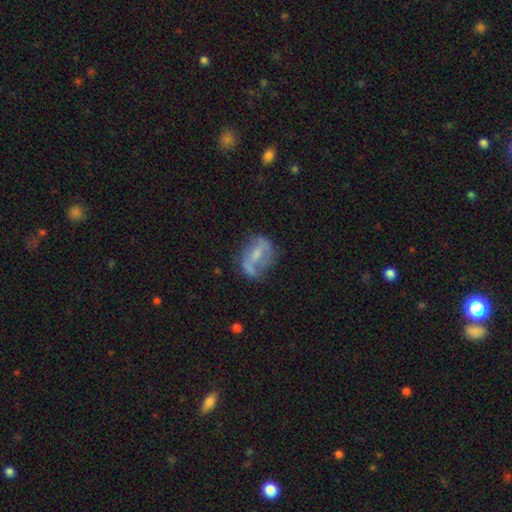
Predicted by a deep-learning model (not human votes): smooth_or_featured: featured or disk (p=0.62) [alt: smooth p=0.29]
disk_edge_on: no (p=0.95) [alt: yes p=0.05]
bar: weak (p=0.40) [alt: no p=0.38]
has_spiral_arms: yes (p=0.66) [alt: no p=0.34]
bulge_size: small (p=0.48) [alt: moderate p=0.35]
merging: none (p=0.50) [alt: minor disturbance p=0.26]